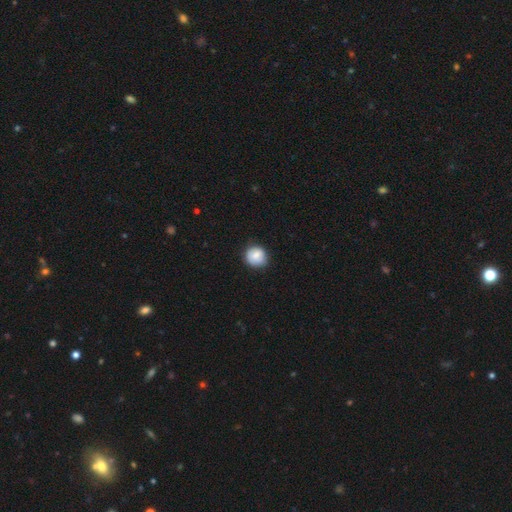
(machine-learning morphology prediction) type=smooth (83%); roundness=round (89%); merging=none (82%).